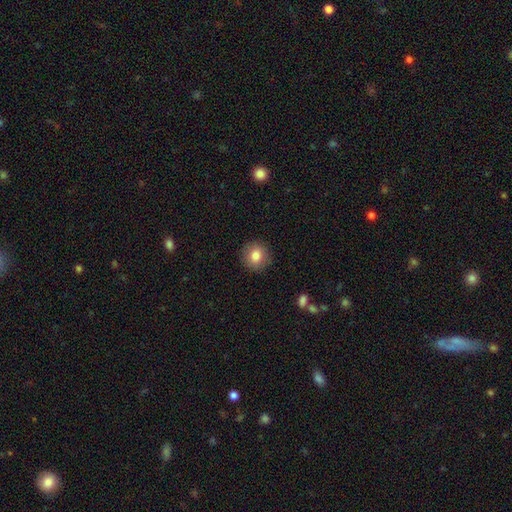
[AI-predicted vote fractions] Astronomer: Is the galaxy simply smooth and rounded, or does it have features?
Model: smooth — 82%.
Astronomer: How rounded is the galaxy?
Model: round — 92%.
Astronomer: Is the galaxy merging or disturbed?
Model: none — 90%.